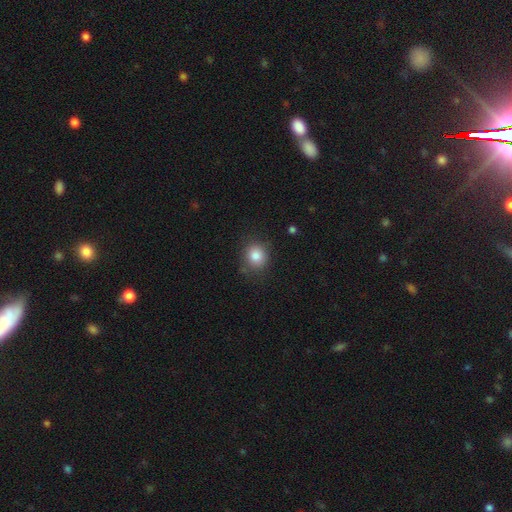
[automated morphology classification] Smooth or featured: smooth — 84% (star or artifact — 10%)
How rounded: round — 76% (in between — 24%)
Merging: none — 80% (minor disturbance — 15%)